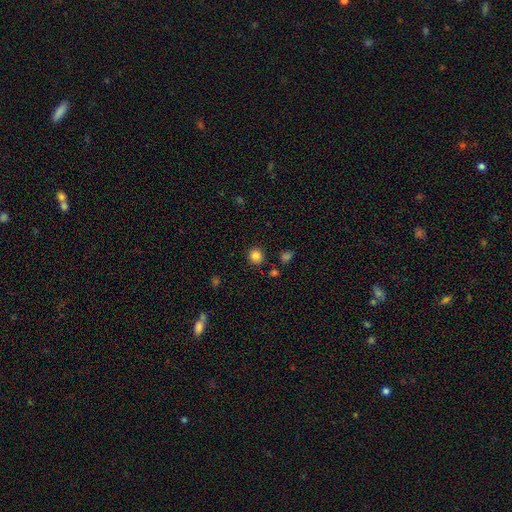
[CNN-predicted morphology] Smooth or featured? Predicted: smooth (p=0.84). How rounded? Predicted: round (p=0.89). Merging? Predicted: none (p=0.88).